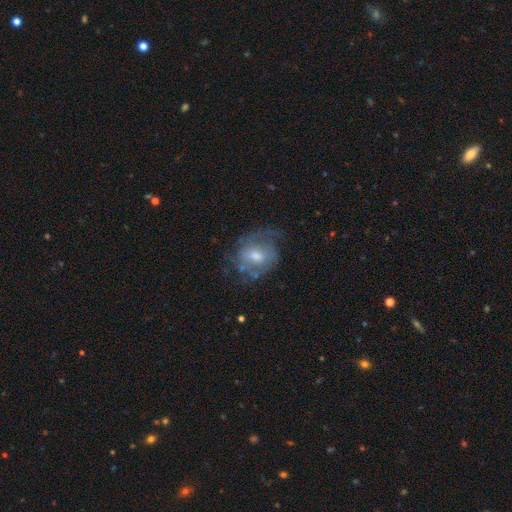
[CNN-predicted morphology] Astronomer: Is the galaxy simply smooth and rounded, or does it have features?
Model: featured or disk — 63%.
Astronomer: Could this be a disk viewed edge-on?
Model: no — 96%.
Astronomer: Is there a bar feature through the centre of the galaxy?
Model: no — 45% (runner-up: weak, 44%).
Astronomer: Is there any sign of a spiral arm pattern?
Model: yes — 72%.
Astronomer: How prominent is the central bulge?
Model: moderate — 64%.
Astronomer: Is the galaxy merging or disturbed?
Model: none — 55%.